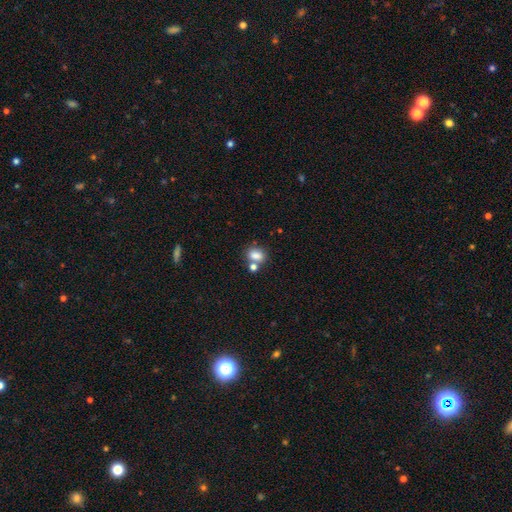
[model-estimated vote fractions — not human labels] This is clearly a smooth galaxy (81%). How rounded: likely in between (65%). Merging: possibly none (52%).